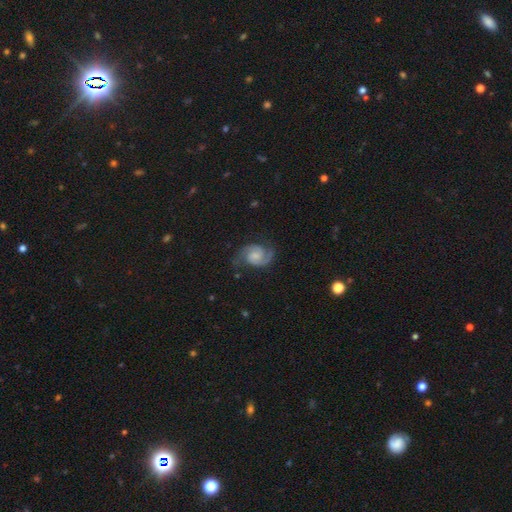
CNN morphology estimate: Smooth or featured? featured or disk (88%)
Edge-on disk? no (98%)
Bar? no (55%)
Spiral arms? yes (98%)
Spiral winding? medium (55%)
Spiral arm count? 2 (93%)
Bulge size? small (38%)
Merging? none (76%)